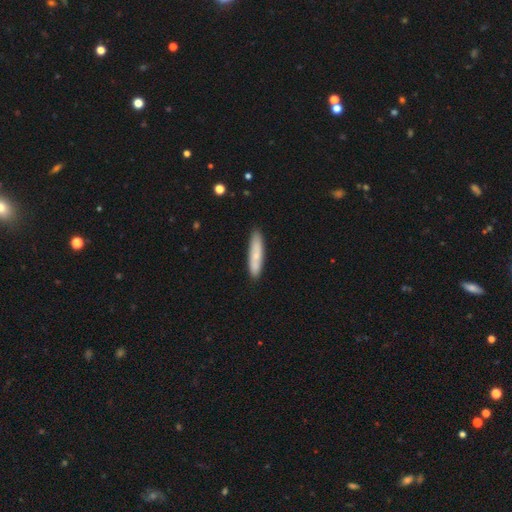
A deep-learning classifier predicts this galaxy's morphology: This appears to be a smooth galaxy with no disk features (68%) that is cigar-shaped (82%). Merging: none (86%).